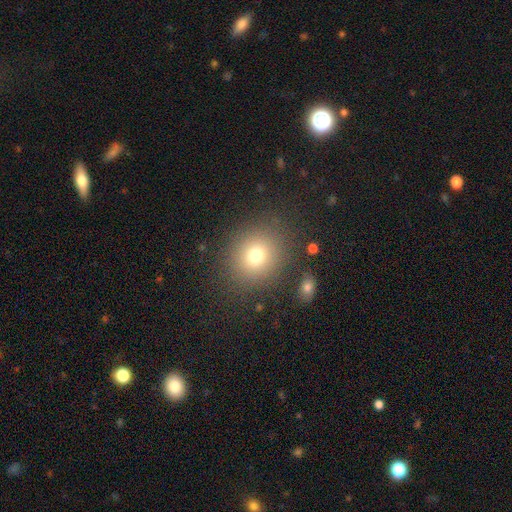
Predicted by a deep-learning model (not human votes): A smooth galaxy with no disk features (74%) that is round (78%).

Vote fractions:
- Smooth or featured? smooth: 74% / star or artifact: 16% / featured or disk: 11%
- How rounded? round: 78% / in between: 21% / cigar-shaped: 1%
- Merging? none: 84% / minor disturbance: 8% / major disturbance: 5% / merger: 3%